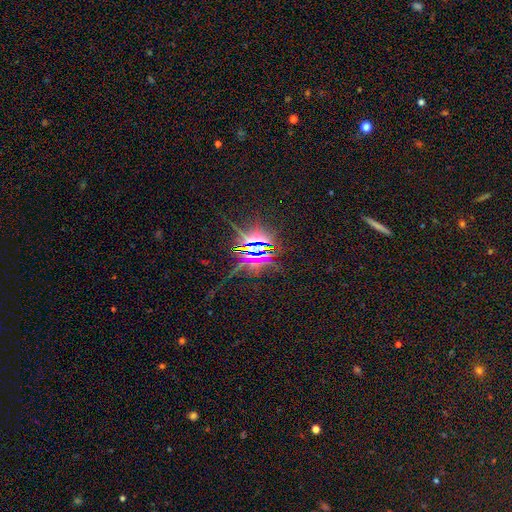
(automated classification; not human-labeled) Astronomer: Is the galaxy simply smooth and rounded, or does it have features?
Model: star or artifact — 83%.